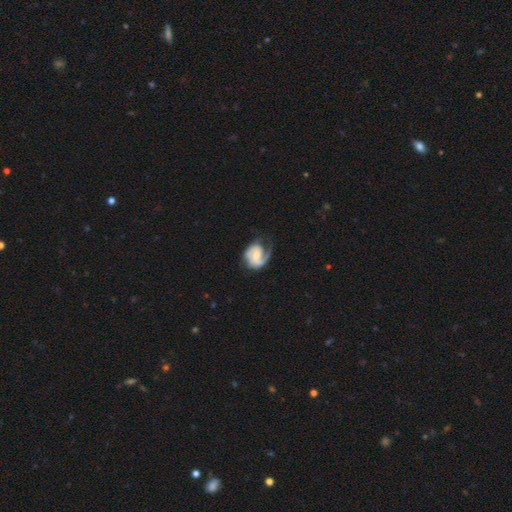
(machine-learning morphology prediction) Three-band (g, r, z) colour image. It shows a featured or disk galaxy (78%) with no bar (48%), 2 (52%) medium (44%) spiral arms (94%) and a moderate central bulge (44%). Merging: none (51%).